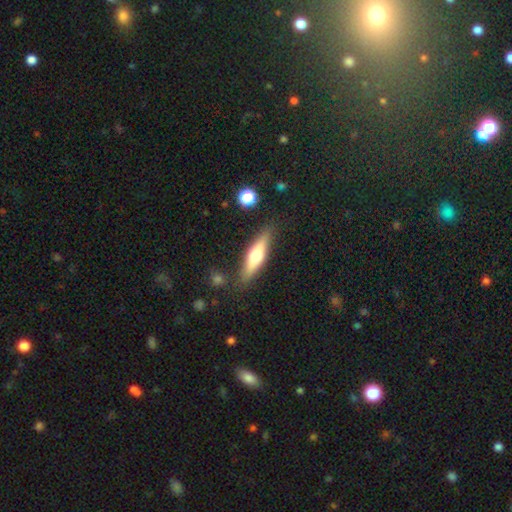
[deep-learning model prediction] A smooth galaxy with no disk features (54%) that is cigar-shaped (70%).

Vote fractions:
- Smooth or featured? smooth: 54% / featured or disk: 40% / star or artifact: 6%
- How rounded? cigar-shaped: 70% / in between: 28% / round: 2%
- Merging? none: 82% / minor disturbance: 12% / major disturbance: 3% / merger: 3%